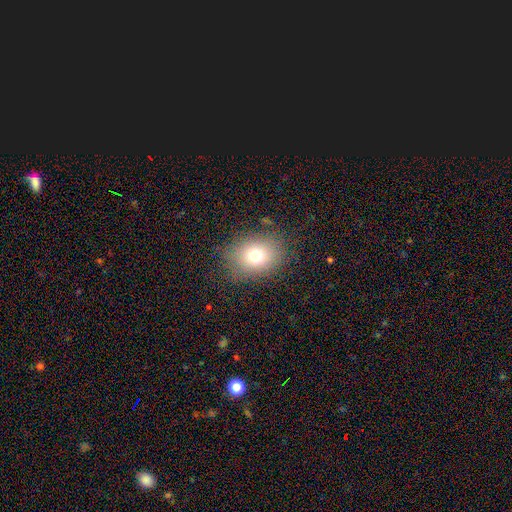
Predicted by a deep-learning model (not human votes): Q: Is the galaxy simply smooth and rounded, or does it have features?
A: smooth — 74%.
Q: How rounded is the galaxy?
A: in between — 55%.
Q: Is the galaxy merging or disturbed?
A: none — 81%.